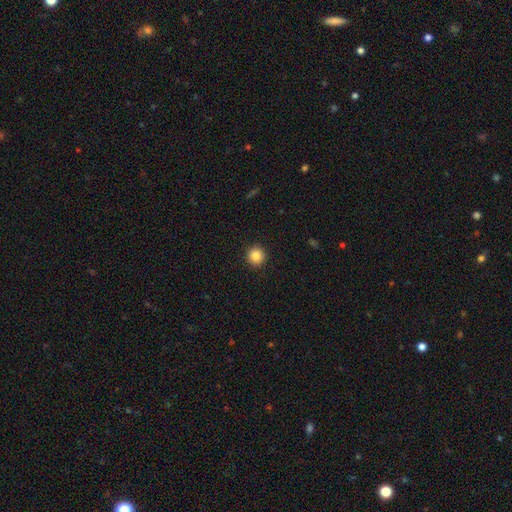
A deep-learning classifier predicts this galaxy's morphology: Smooth or featured?
  - smooth: 86% *
  - star or artifact: 10%
  - featured or disk: 4%
How rounded?
  - round: 94% *
  - in between: 5%
  - cigar-shaped: 1%
Merging?
  - none: 92% *
  - minor disturbance: 5%
  - major disturbance: 2%
  - merger: 1%